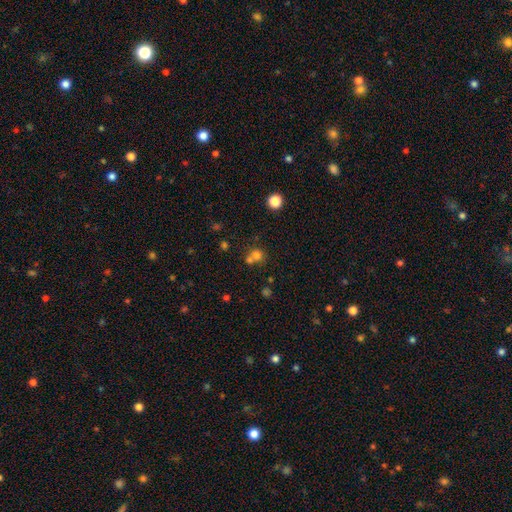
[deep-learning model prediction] smooth_or_featured: smooth (p=0.72) [alt: star or artifact p=0.17]
how_rounded: round (p=0.83) [alt: in between p=0.16]
merging: merger (p=0.46) [alt: none p=0.44]